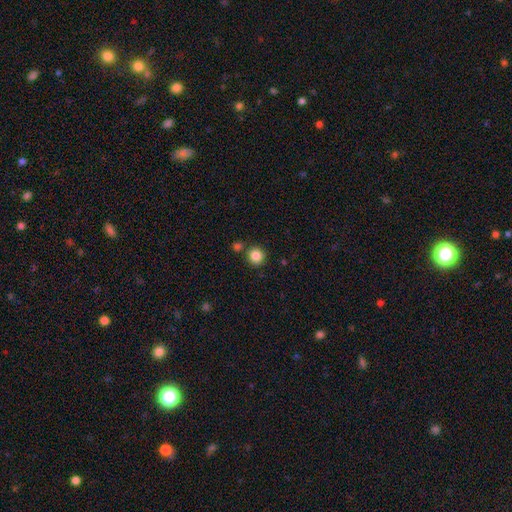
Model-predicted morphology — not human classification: Smooth or featured?
  - smooth: 85% *
  - star or artifact: 10%
  - featured or disk: 4%
How rounded?
  - round: 94% *
  - in between: 6%
  - cigar-shaped: 1%
Merging?
  - none: 82% *
  - merger: 9%
  - minor disturbance: 7%
  - major disturbance: 2%